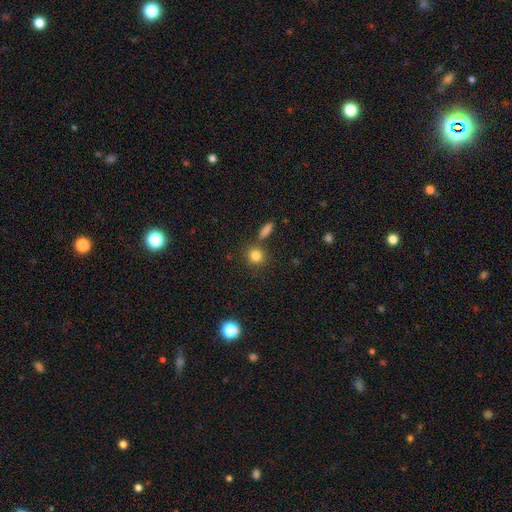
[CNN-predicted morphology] This appears to be a smooth galaxy with no disk features (83%) that is round (86%). Merging: none (77%).